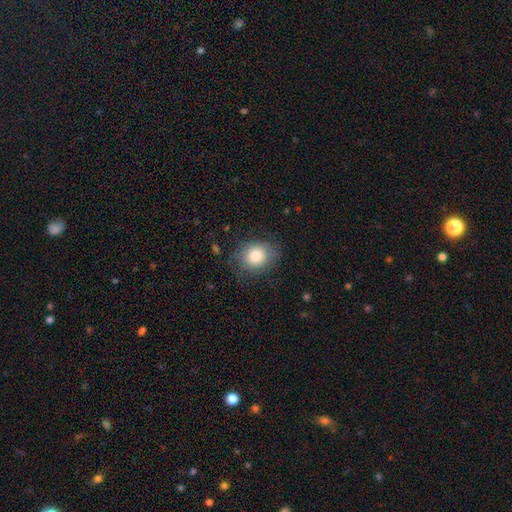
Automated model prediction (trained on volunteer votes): smooth_or_featured: smooth (p=0.80) [alt: featured or disk p=0.11]
how_rounded: round (p=0.56) [alt: in between p=0.43]
merging: none (p=0.74) [alt: minor disturbance p=0.18]